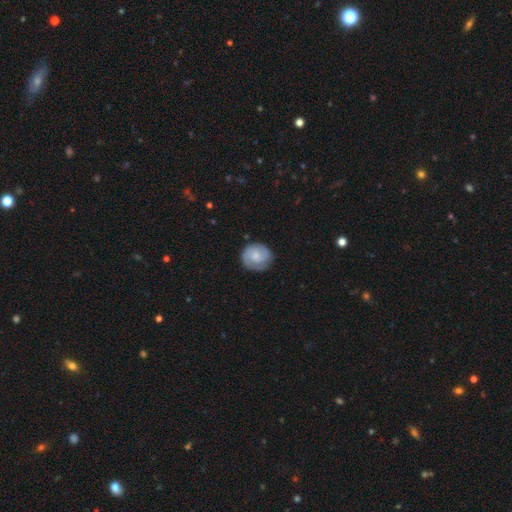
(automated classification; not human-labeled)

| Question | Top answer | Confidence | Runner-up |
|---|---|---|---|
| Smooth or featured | featured or disk | 61% | smooth (33%) |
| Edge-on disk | no | 98% | yes (2%) |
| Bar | no | 65% | weak (31%) |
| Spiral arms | yes | 92% | no (8%) |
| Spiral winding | tight | 60% | medium (31%) |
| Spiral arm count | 2 | 61% | can't tell (15%) |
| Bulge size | small | 46% | moderate (33%) |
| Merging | none | 80% | minor disturbance (14%) |